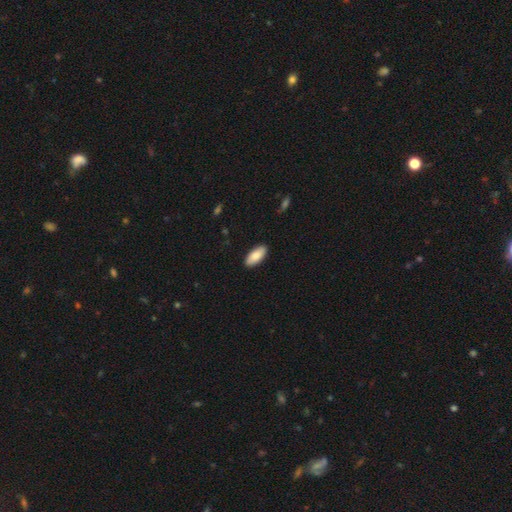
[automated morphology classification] smooth 87%, featured or disk 8%, star or artifact 6%. Down the decision tree: how rounded — in between (88%); merging — none (90%).